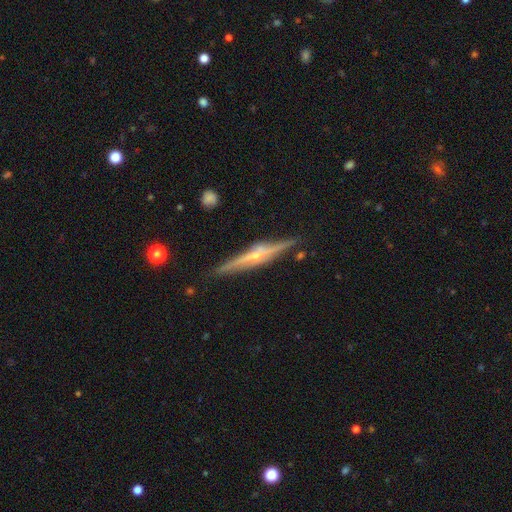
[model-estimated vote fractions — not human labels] Overall: featured or disk (82%). Edge-on disk: yes (97%). Edge-on bulge: rounded (83%). Merging: none (85%).